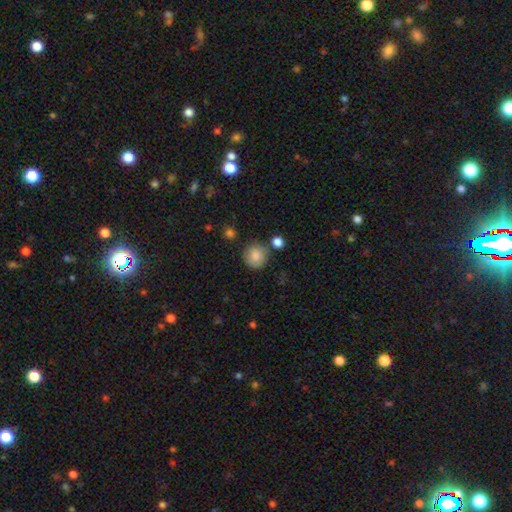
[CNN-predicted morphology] smooth_or_featured: smooth (p=0.84) [alt: star or artifact p=0.08]
how_rounded: round (p=0.91) [alt: in between p=0.08]
merging: none (p=0.79) [alt: minor disturbance p=0.11]